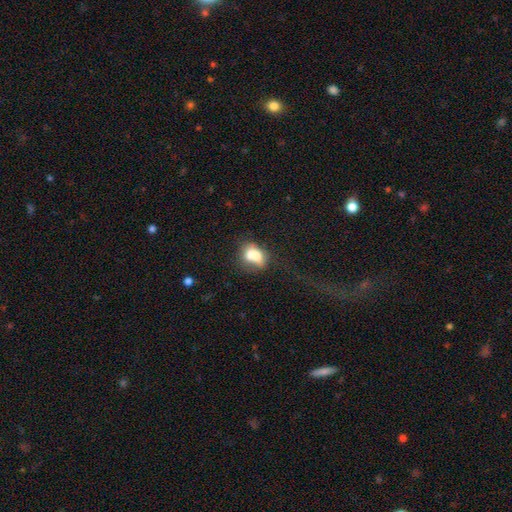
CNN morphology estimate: This appears to be a smooth galaxy with no disk features (68%) that is in between round and cigar-shaped (63%). Merging: merger (46%).